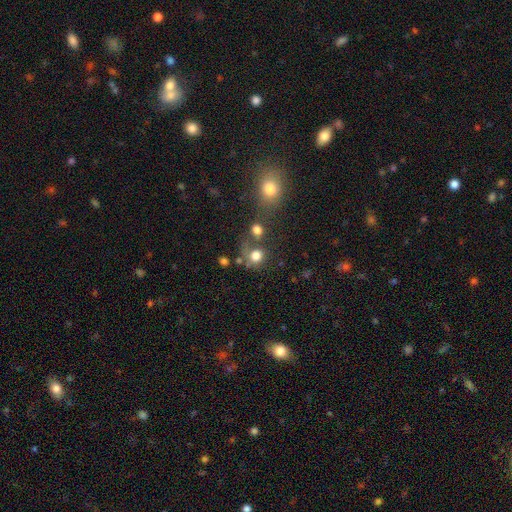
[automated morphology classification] Smooth or featured?
  - smooth: 76% *
  - star or artifact: 13%
  - featured or disk: 11%
How rounded?
  - round: 78% *
  - in between: 20%
  - cigar-shaped: 1%
Merging?
  - none: 43% *
  - merger: 30%
  - major disturbance: 14%
  - minor disturbance: 14%